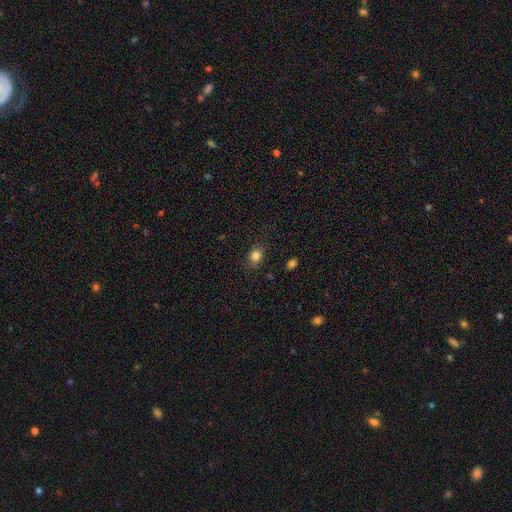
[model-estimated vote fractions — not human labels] smooth-or-featured: smooth: 83% | star or artifact: 11% | featured or disk: 6%
  how-rounded: in between: 57% | round: 42% | cigar-shaped: 1%
  merging: none: 83% | minor disturbance: 12% | major disturbance: 3% | merger: 1%